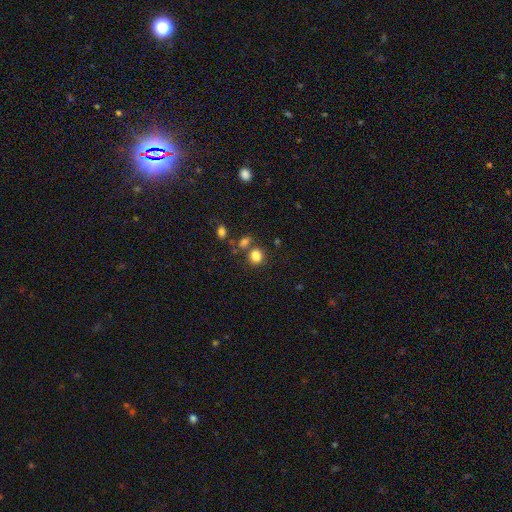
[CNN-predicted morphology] type=smooth (81%); roundness=round (62%); merging=none (63%).